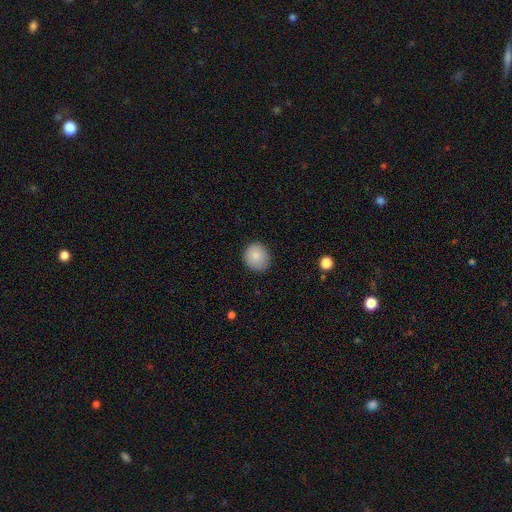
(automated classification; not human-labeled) smooth-or-featured: smooth: 85% | star or artifact: 8% | featured or disk: 7%
  how-rounded: round: 83% | in between: 16% | cigar-shaped: 1%
  merging: none: 87% | minor disturbance: 10% | major disturbance: 2% | merger: 1%